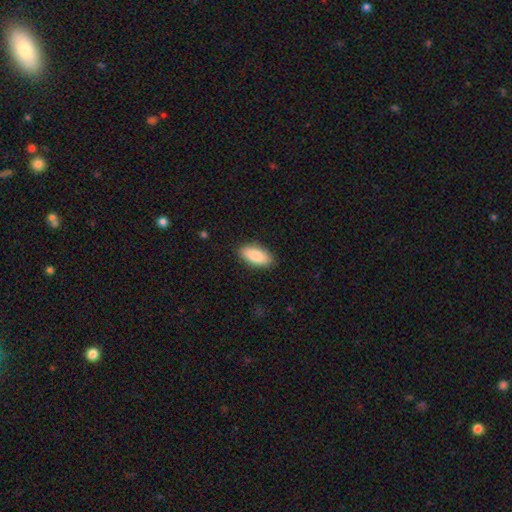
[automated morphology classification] Smooth or featured?
  - smooth: 88% *
  - featured or disk: 7%
  - star or artifact: 6%
How rounded?
  - in between: 89% *
  - cigar-shaped: 9%
  - round: 2%
Merging?
  - none: 88% *
  - minor disturbance: 9%
  - major disturbance: 2%
  - merger: 1%